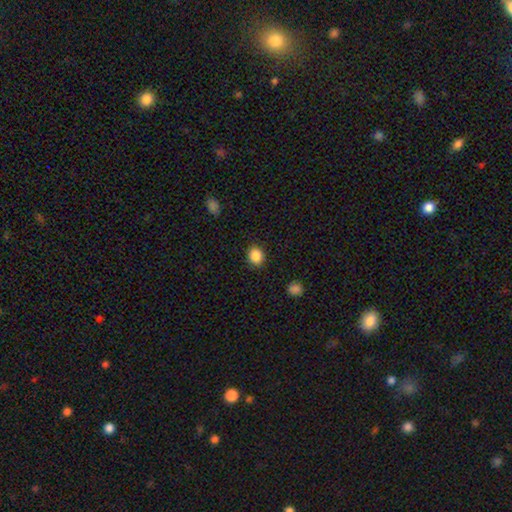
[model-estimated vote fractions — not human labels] Morphology: type=smooth (87%); roundness=round (68%); merging=none (88%).